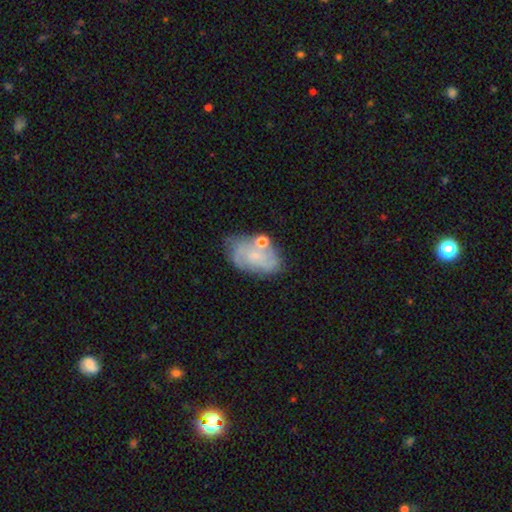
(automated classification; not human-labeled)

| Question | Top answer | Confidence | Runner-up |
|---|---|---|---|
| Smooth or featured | featured or disk | 56% | smooth (35%) |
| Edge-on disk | no | 96% | yes (4%) |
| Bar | no | 70% | weak (26%) |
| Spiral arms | yes | 76% | no (24%) |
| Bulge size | small | 62% | none (18%) |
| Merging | none | 53% | minor disturbance (23%) |